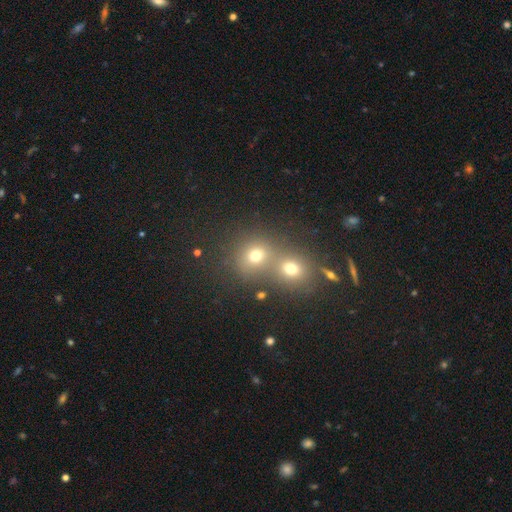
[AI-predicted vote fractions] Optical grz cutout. It shows a smooth galaxy with no disk features (71%) that is round (80%). Merging: merger (49%).